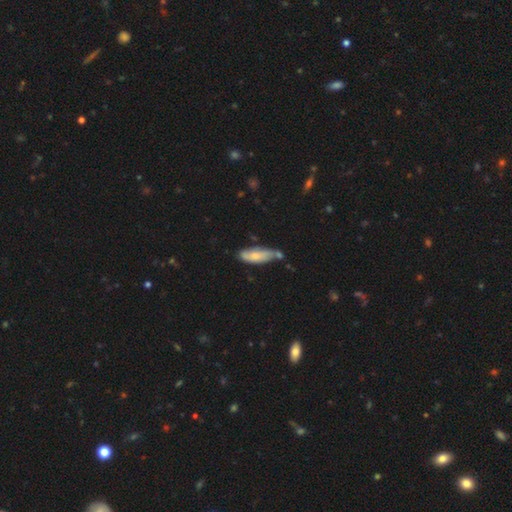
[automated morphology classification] A smooth galaxy with no disk features (69%) that is in between round and cigar-shaped (55%). Merging: none (45%).